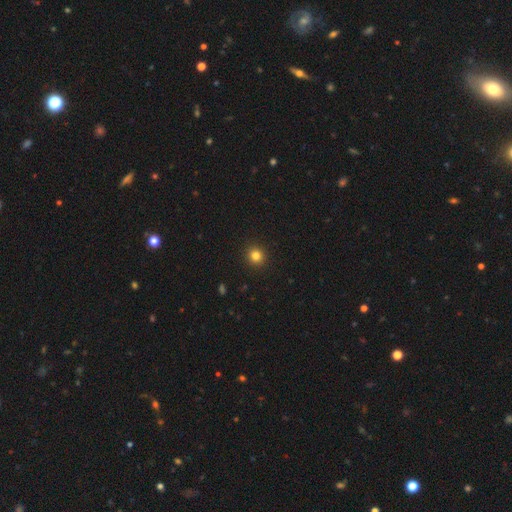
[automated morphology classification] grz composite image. It shows a smooth galaxy with no disk features (82%) that is round (91%). Merging: none (93%).